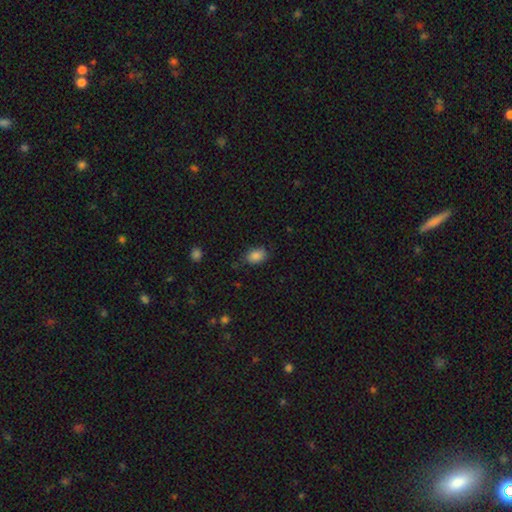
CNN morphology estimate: type=smooth (87%); roundness=in between (83%); merging=none (77%).